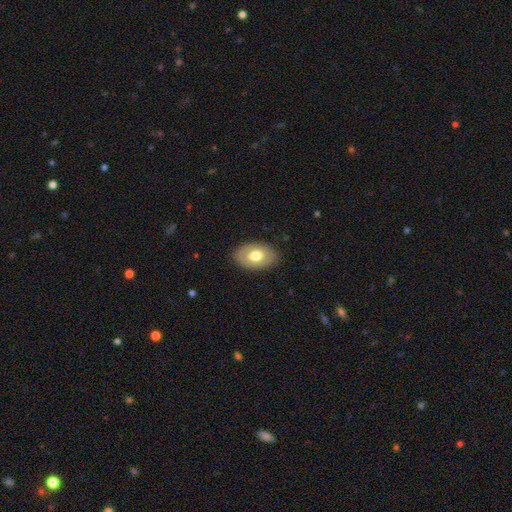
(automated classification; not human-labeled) Smooth or featured?
  - smooth: 67% *
  - featured or disk: 26%
  - star or artifact: 6%
How rounded?
  - in between: 86% *
  - round: 13%
  - cigar-shaped: 1%
Merging?
  - none: 86% *
  - minor disturbance: 10%
  - major disturbance: 3%
  - merger: 1%